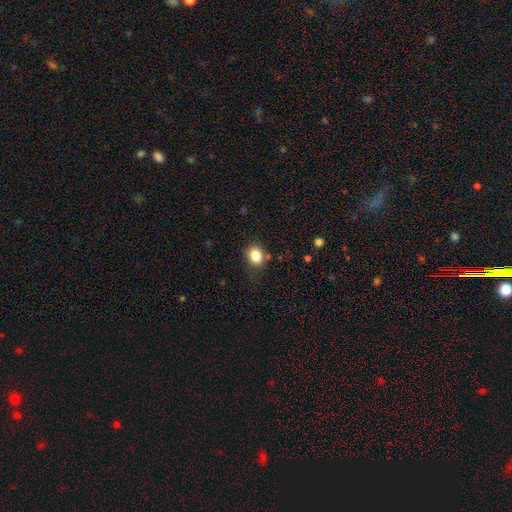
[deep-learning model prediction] This is clearly a smooth galaxy (83%). How rounded: possibly round (56%). Merging: likely none (77%).